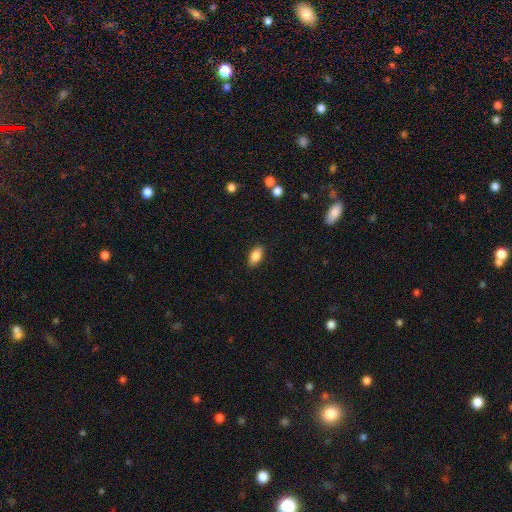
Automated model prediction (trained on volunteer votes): Morphology: type=smooth (87%); roundness=in between (89%); merging=none (88%).